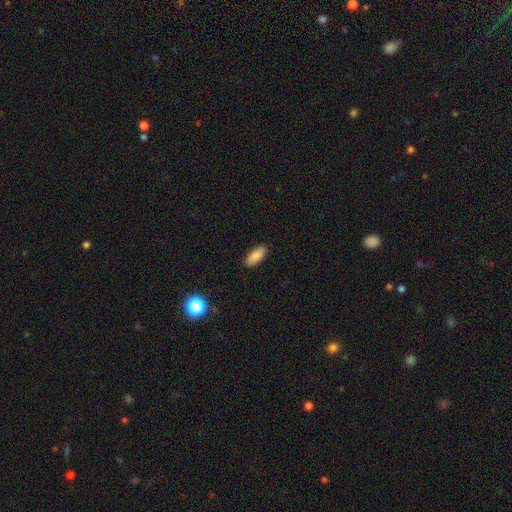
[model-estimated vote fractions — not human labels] The model was most divided on "how rounded": in between: 81%, cigar-shaped: 17%, round: 2%. More confident: merging — none (89%); smooth or featured — smooth (85%).